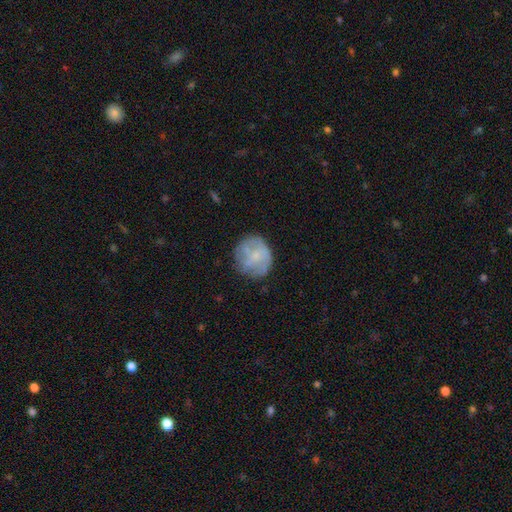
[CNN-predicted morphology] A smooth galaxy with no disk features (49%).

Vote fractions:
- Smooth or featured? smooth: 49% / featured or disk: 43% / star or artifact: 8%
- Merging? none: 69% / minor disturbance: 20% / major disturbance: 9% / merger: 2%